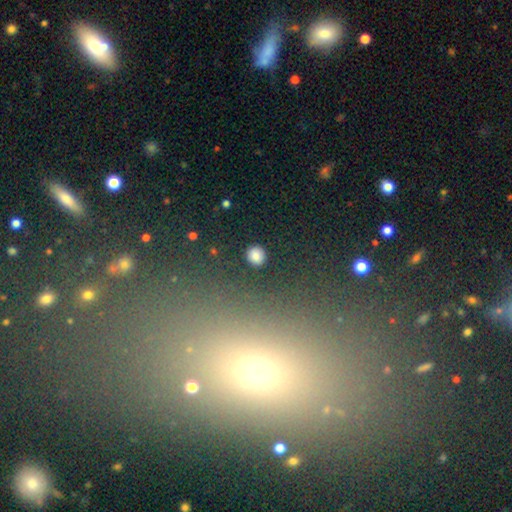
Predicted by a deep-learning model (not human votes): smooth_or_featured: smooth (p=0.82) [alt: star or artifact p=0.12]
how_rounded: round (p=0.88) [alt: in between p=0.11]
merging: none (p=0.89) [alt: minor disturbance p=0.07]